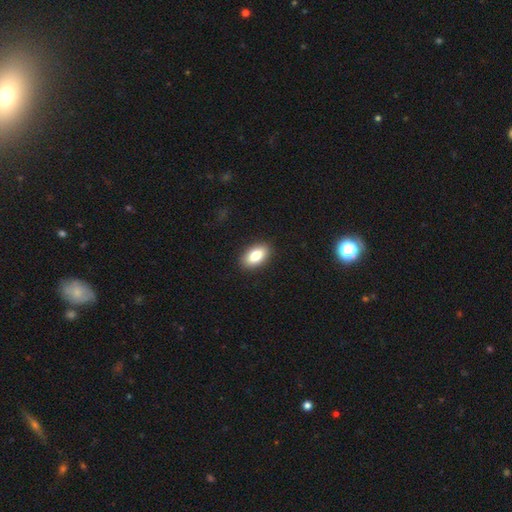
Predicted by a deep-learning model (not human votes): Q: Smooth or featured?
A: smooth (83%); runner-up: featured or disk (10%)
Q: How rounded?
A: in between (93%); runner-up: round (5%)
Q: Merging?
A: none (90%); runner-up: minor disturbance (7%)